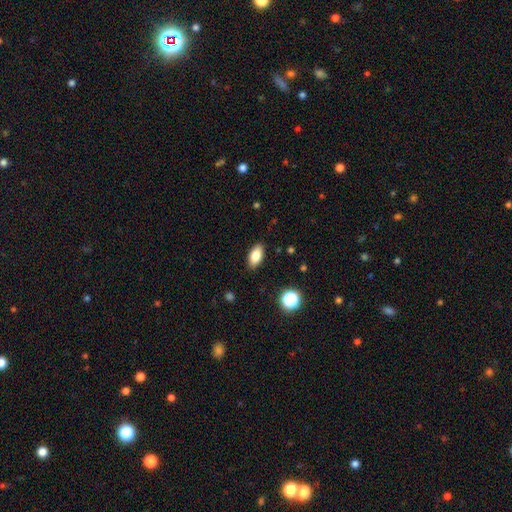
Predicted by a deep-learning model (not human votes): This is clearly a smooth galaxy (82%). How rounded: clearly in between (90%). Merging: clearly none (88%).